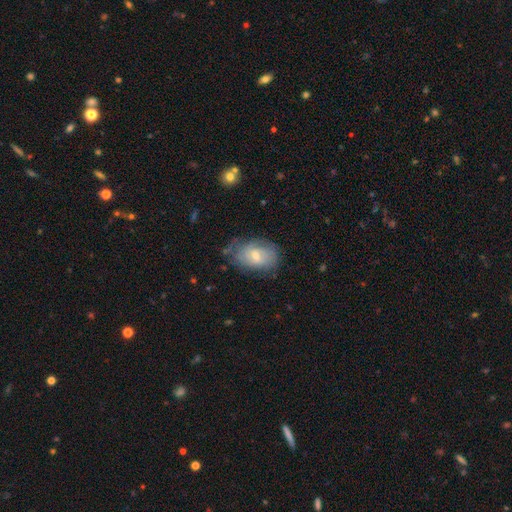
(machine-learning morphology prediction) The model was most divided on "smooth or featured": featured or disk: 48%, smooth: 45%, star or artifact: 8%. More confident: merging — none (57%).